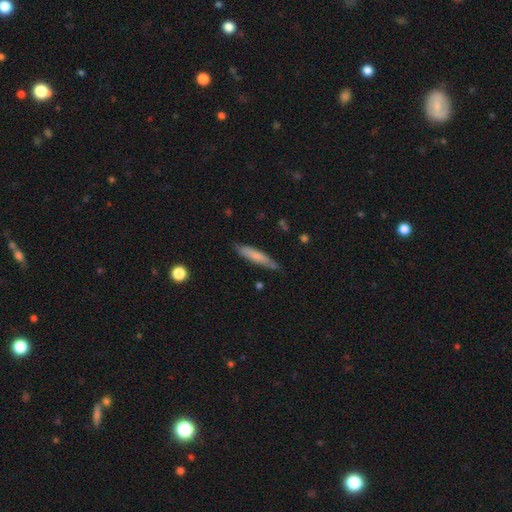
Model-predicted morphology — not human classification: Smooth or featured? Predicted: smooth (p=0.69). How rounded? Predicted: cigar-shaped (p=0.88). Merging? Predicted: none (p=0.80).